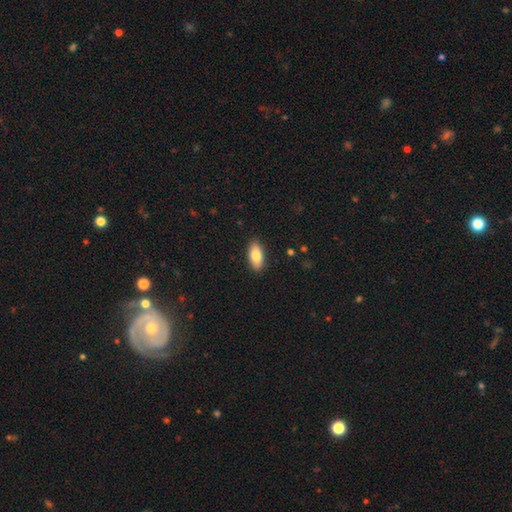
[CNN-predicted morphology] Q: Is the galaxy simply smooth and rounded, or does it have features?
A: smooth — 80%.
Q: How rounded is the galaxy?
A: in between — 86%.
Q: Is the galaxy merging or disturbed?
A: none — 89%.